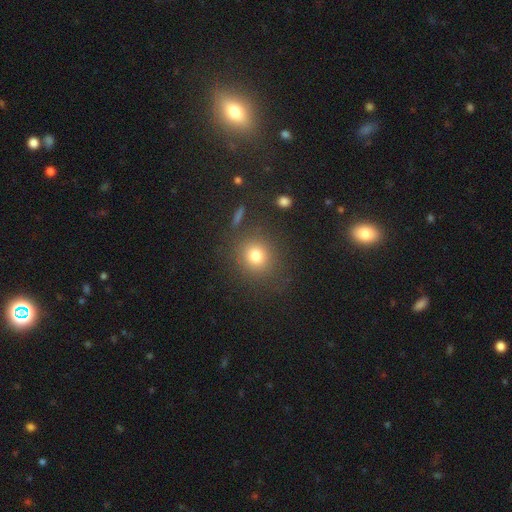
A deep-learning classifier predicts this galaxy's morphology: This is likely a smooth galaxy (78%). How rounded: clearly round (84%). Merging: clearly none (84%).